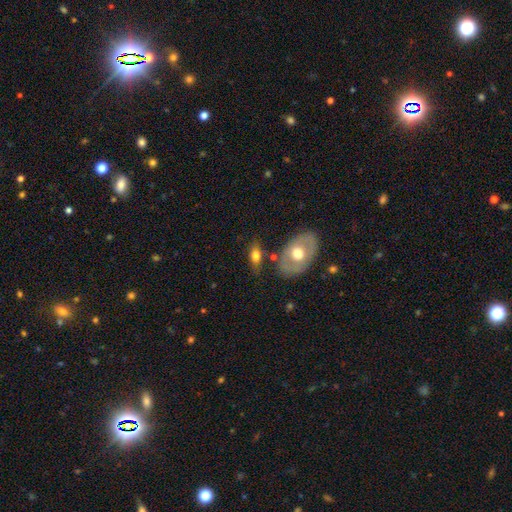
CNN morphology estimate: A smooth galaxy with no disk features (64%) that is in between round and cigar-shaped (85%). Merging: none (67%).